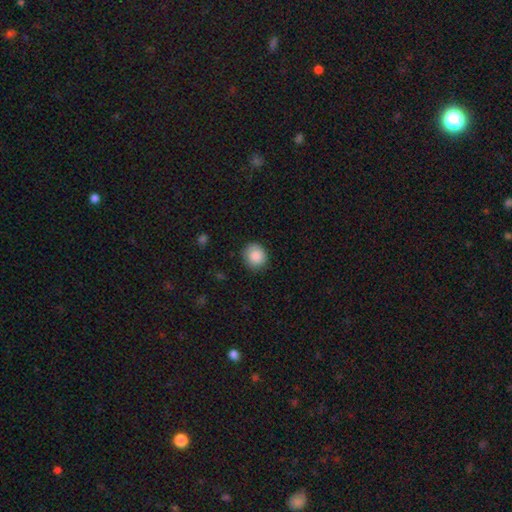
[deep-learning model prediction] smooth-or-featured: smooth: 87% | star or artifact: 8% | featured or disk: 5%
  how-rounded: round: 82% | in between: 17% | cigar-shaped: 1%
  merging: none: 85% | minor disturbance: 11% | major disturbance: 2% | merger: 1%